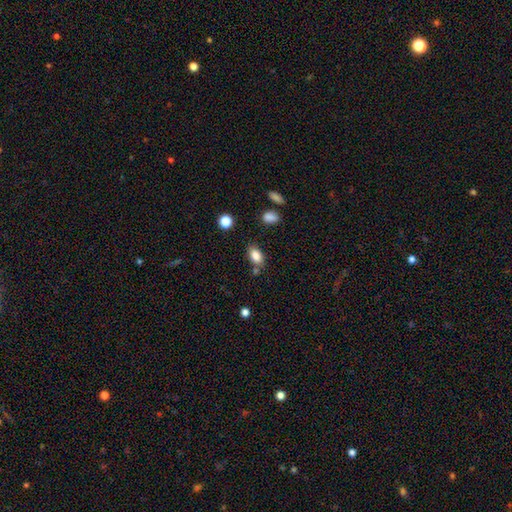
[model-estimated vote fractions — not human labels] smooth 84%, star or artifact 9%, featured or disk 7%. Down the decision tree: how rounded — in between (87%); merging — none (70%).